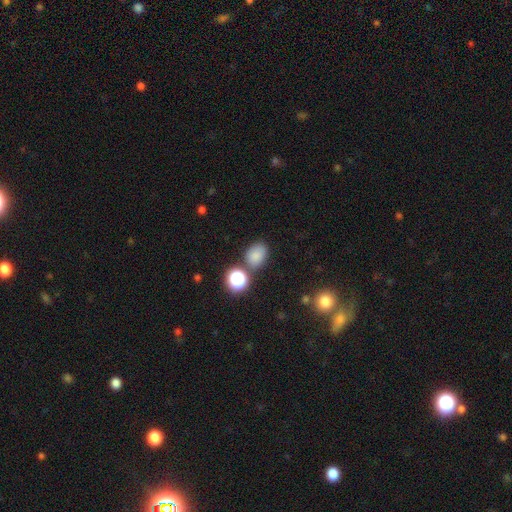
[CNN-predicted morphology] type=smooth (79%); roundness=in between (61%); merging=none (70%).